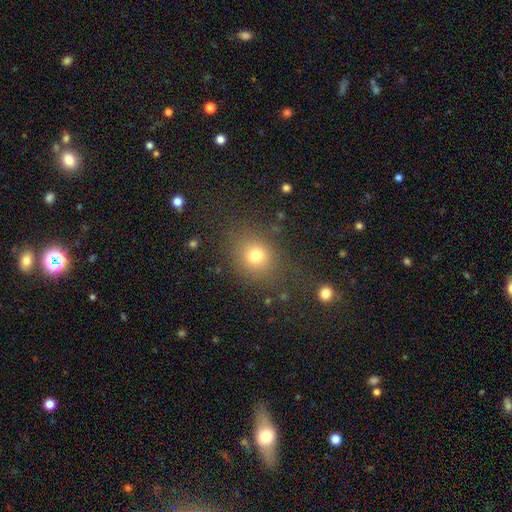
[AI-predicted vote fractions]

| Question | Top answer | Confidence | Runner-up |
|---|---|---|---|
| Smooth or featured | smooth | 76% | star or artifact (16%) |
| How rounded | round | 64% | in between (34%) |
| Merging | none | 78% | minor disturbance (12%) |